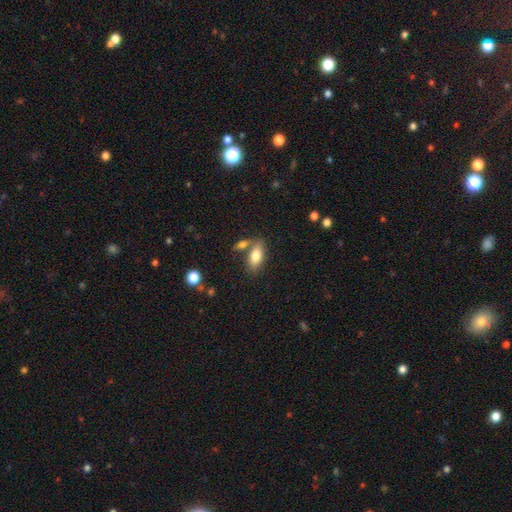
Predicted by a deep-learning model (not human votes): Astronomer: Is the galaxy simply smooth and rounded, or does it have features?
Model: smooth — 79%.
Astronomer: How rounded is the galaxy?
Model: in between — 86%.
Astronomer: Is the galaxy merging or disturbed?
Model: none — 59%.